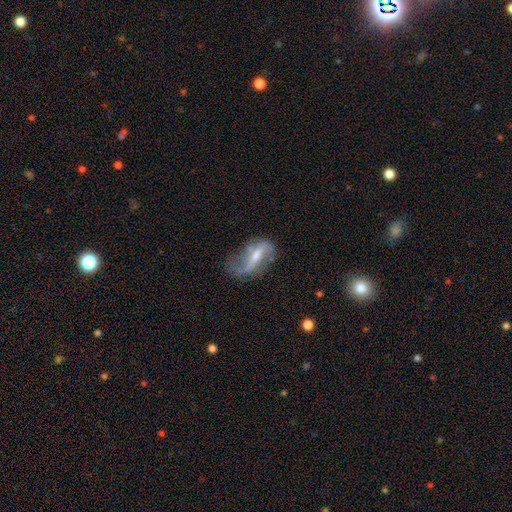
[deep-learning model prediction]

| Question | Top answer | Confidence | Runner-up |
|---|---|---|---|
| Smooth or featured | featured or disk | 76% | smooth (18%) |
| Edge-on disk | no | 93% | yes (7%) |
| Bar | weak | 41% | strong (38%) |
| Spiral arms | yes | 84% | no (16%) |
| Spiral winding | loose | 78% | medium (17%) |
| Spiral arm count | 2 | 74% | 1 (17%) |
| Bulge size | moderate | 46% | small (43%) |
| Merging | none | 45% | minor disturbance (27%) |